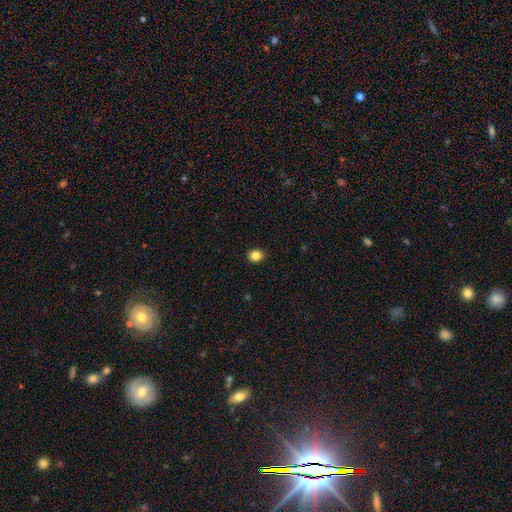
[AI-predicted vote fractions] Overall: smooth (85%). How rounded: round (51%; in between 48%). Merging: none (90%).